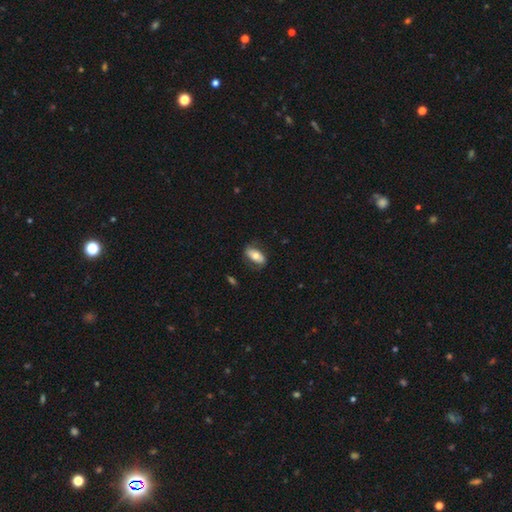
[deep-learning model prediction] smooth-or-featured: smooth: 59% | featured or disk: 35% | star or artifact: 6%
  how-rounded: in between: 89% | cigar-shaped: 7% | round: 5%
  merging: none: 73% | minor disturbance: 19% | major disturbance: 7% | merger: 1%